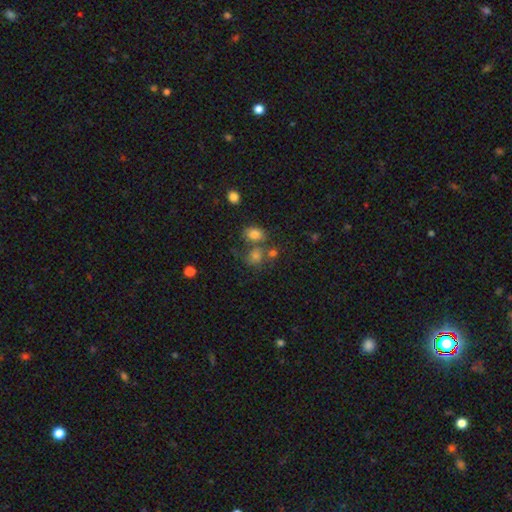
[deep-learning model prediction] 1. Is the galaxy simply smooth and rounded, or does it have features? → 70% smooth, 17% star or artifact, 13% featured or disk.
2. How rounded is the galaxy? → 62% round, 36% in between, 1% cigar-shaped.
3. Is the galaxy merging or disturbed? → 46% none, 33% merger, 13% minor disturbance, 8% major disturbance.